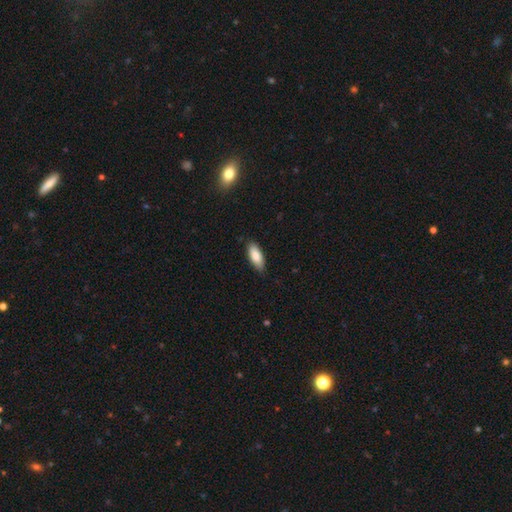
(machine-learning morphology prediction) smooth 83%, featured or disk 10%, star or artifact 6%. Down the decision tree: how rounded — in between (79%); merging — none (83%).